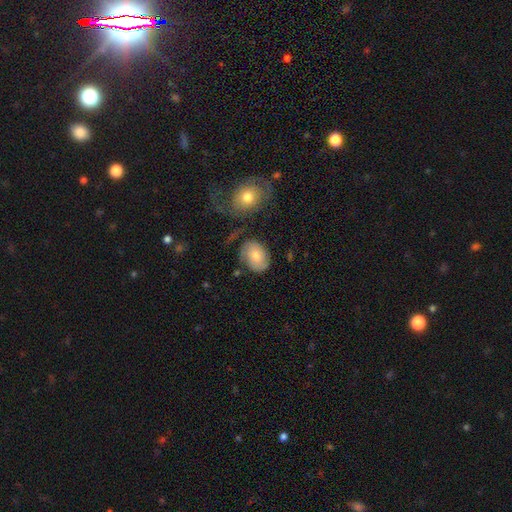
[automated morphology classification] smooth-or-featured: smooth: 64% | featured or disk: 28% | star or artifact: 8%
  how-rounded: in between: 67% | round: 32% | cigar-shaped: 1%
  merging: none: 65% | minor disturbance: 20% | major disturbance: 9% | merger: 6%